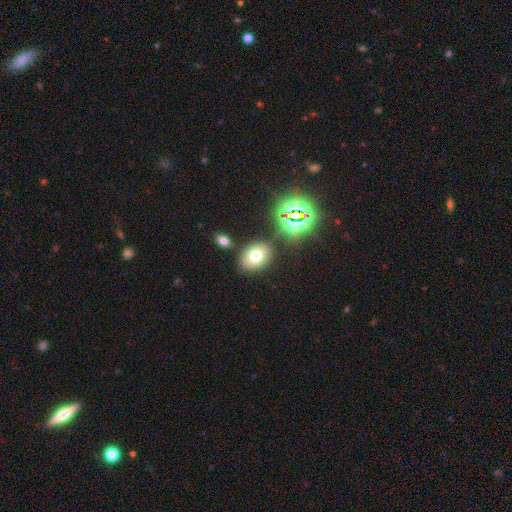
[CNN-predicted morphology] Smooth or featured: smooth — 68% (star or artifact — 19%)
How rounded: in between — 64% (round — 35%)
Merging: none — 79% (minor disturbance — 11%)